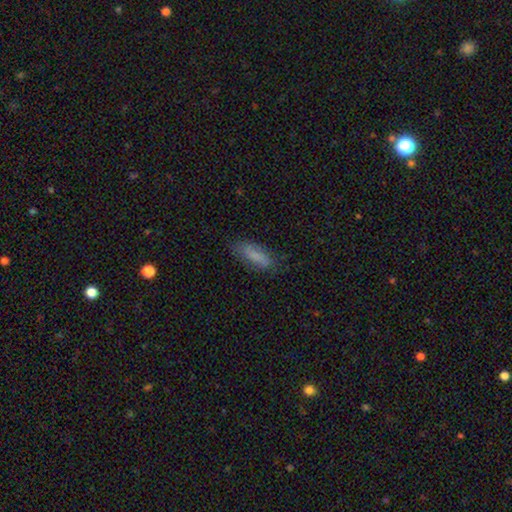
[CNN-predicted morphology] Q: Smooth or featured?
A: smooth (77%); runner-up: featured or disk (15%)
Q: How rounded?
A: in between (65%); runner-up: cigar-shaped (33%)
Q: Merging?
A: none (74%); runner-up: minor disturbance (19%)